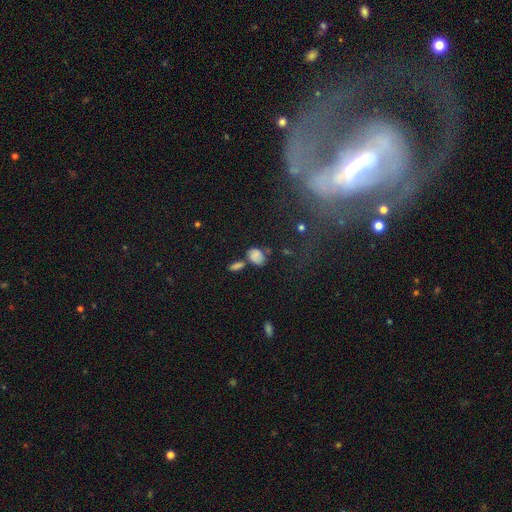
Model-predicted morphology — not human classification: Overall: smooth (77%). How rounded: in between (73%). Merging: none (45%; merger 30%).